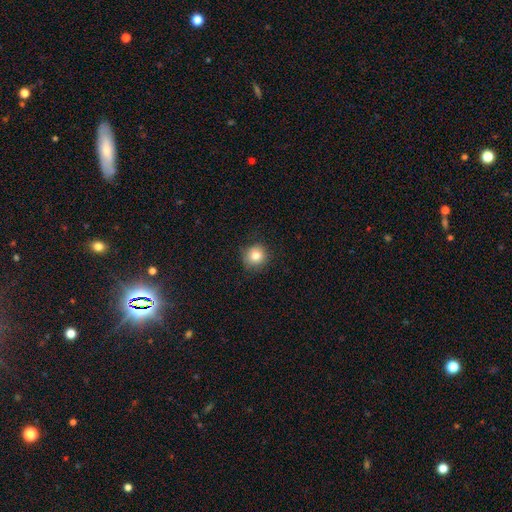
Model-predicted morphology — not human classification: smooth-or-featured: smooth: 82% | star or artifact: 11% | featured or disk: 8%
  how-rounded: round: 90% | in between: 9% | cigar-shaped: 1%
  merging: none: 84% | minor disturbance: 12% | major disturbance: 3% | merger: 1%